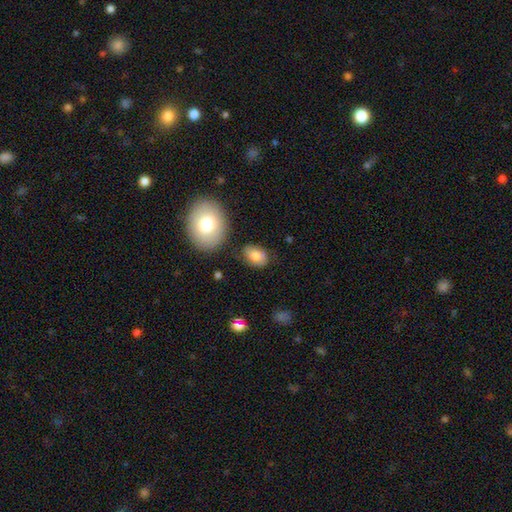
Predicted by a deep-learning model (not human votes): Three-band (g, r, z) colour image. It shows a smooth galaxy with no disk features (78%) that is in between round and cigar-shaped (83%). Merging: none (76%).